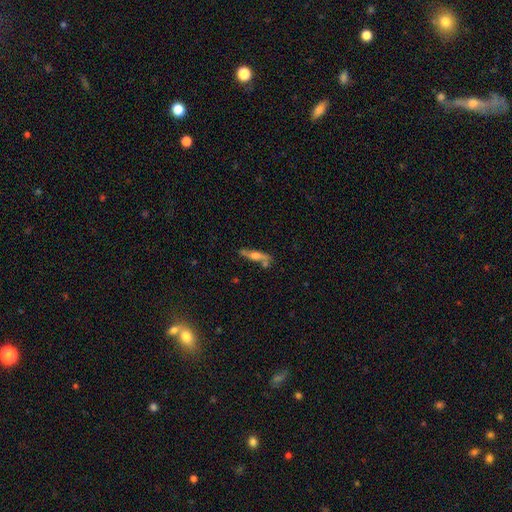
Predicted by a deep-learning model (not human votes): Smooth or featured? Predicted: featured or disk (p=0.58). Edge-on disk? Predicted: yes (p=0.83). Merging? Predicted: none (p=0.66).